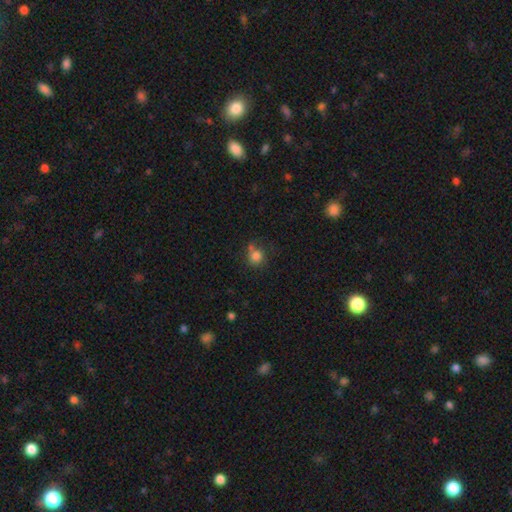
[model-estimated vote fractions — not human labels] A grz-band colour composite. It shows a smooth galaxy with no disk features (81%) that is round (86%). Merging: none (60%).